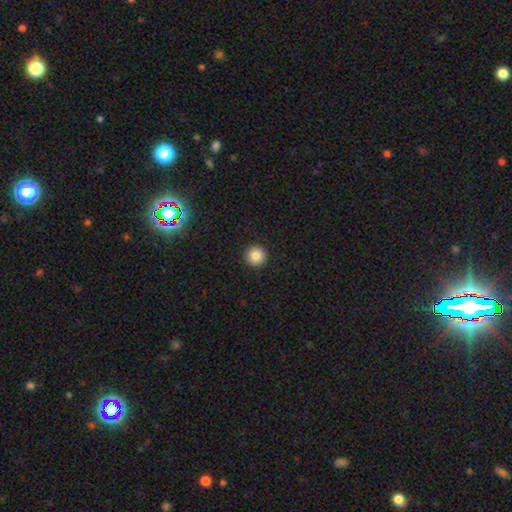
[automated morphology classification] smooth-or-featured: smooth: 84% | star or artifact: 11% | featured or disk: 6%
  how-rounded: round: 96% | in between: 3% | cigar-shaped: 1%
  merging: none: 93% | minor disturbance: 4% | major disturbance: 2% | merger: 1%